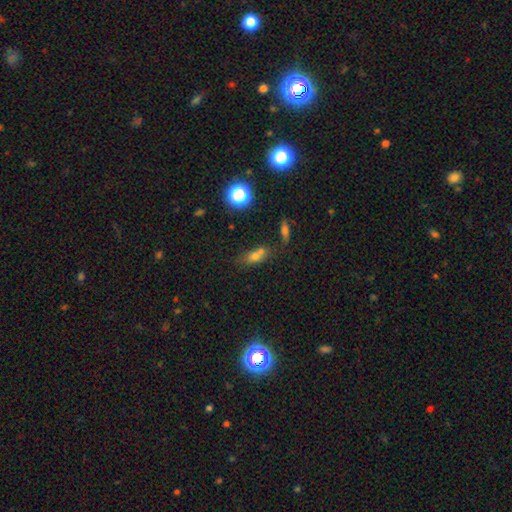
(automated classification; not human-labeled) This appears to be a smooth galaxy with no disk features (62%) that is in between round and cigar-shaped (61%). Merging: none (46%).